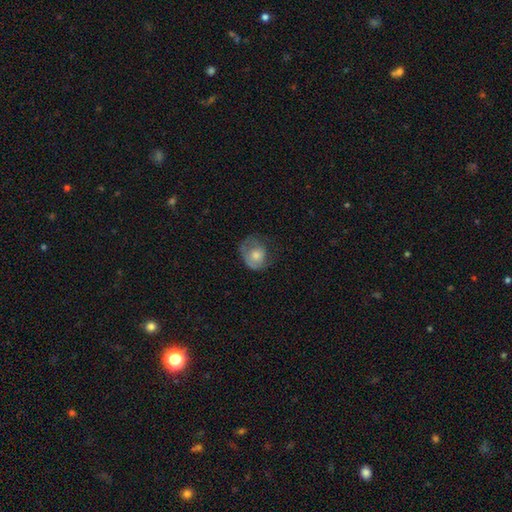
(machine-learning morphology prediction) Smooth or featured?
  - smooth: 59% *
  - featured or disk: 34%
  - star or artifact: 7%
How rounded?
  - round: 63% *
  - in between: 36%
  - cigar-shaped: 1%
Merging?
  - none: 41% *
  - minor disturbance: 29%
  - major disturbance: 28%
  - merger: 2%